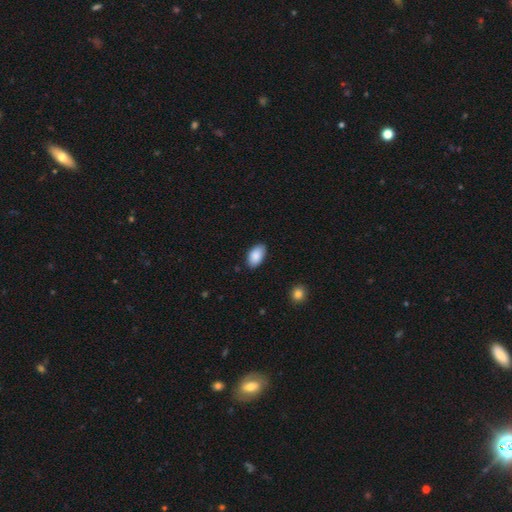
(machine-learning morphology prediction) Smooth or featured: smooth — 89% (star or artifact — 6%)
How rounded: in between — 95% (round — 4%)
Merging: none — 85% (minor disturbance — 12%)